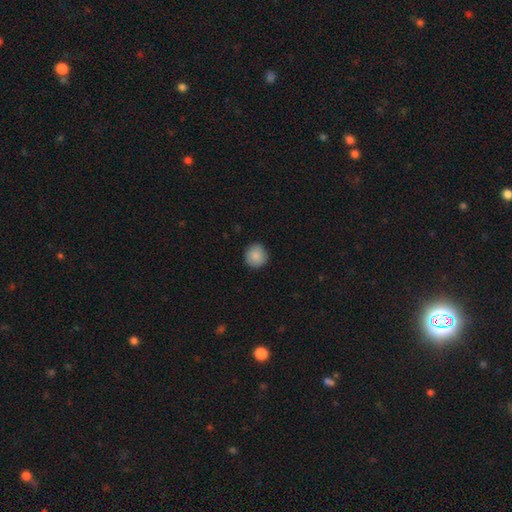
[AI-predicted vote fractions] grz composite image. It shows a smooth galaxy with no disk features (88%) that is round (94%). Merging: none (91%).